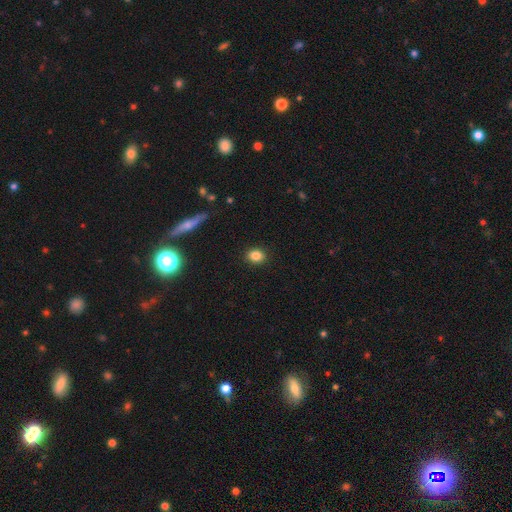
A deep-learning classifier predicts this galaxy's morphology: Overall: smooth (85%). How rounded: round (56%; in between 43%). Merging: none (90%).